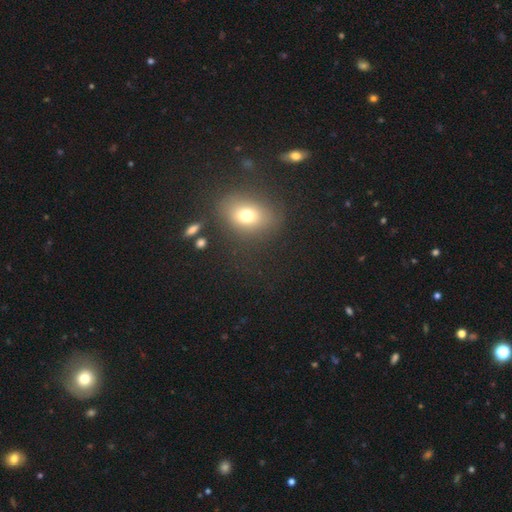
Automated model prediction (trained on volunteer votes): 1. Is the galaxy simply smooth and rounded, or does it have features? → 56% smooth, 30% star or artifact, 14% featured or disk.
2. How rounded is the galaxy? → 58% in between, 39% round, 3% cigar-shaped.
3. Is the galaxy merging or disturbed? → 83% none, 9% minor disturbance, 4% major disturbance, 4% merger.